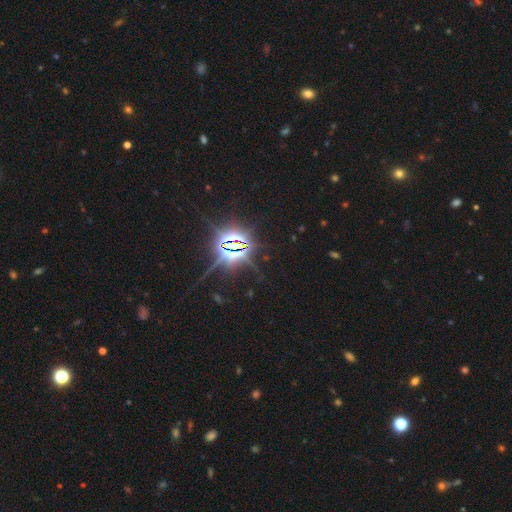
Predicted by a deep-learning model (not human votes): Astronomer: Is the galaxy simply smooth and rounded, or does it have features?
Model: star or artifact — 85%.